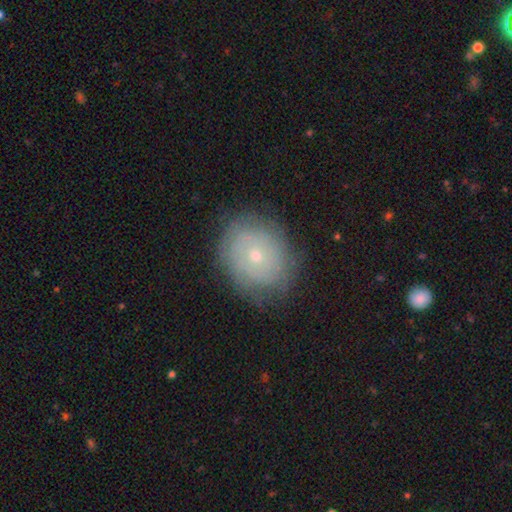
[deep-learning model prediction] Smooth or featured: featured or disk — 52% (smooth — 39%)
Edge-on disk: no — 96% (yes — 4%)
Merging: none — 79% (minor disturbance — 15%)